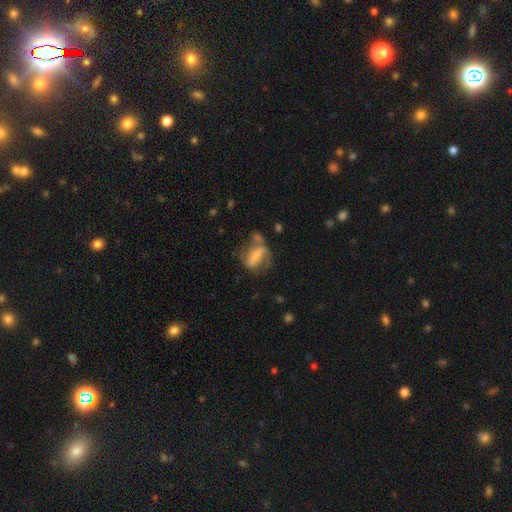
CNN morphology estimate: featured or disk 57%, smooth 34%, star or artifact 9%. Down the decision tree: edge-on disk — no (90%); bar — strong (59%); spiral arms — yes (63%); bulge size — small (39%); merging — none (39%).